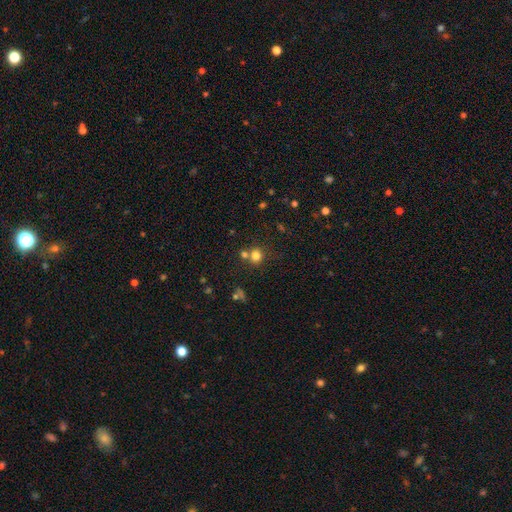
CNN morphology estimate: A smooth galaxy with no disk features (76%) that is round (87%).

Vote fractions:
- Smooth or featured? smooth: 76% / star or artifact: 16% / featured or disk: 8%
- How rounded? round: 87% / in between: 12% / cigar-shaped: 1%
- Merging? none: 60% / merger: 26% / minor disturbance: 9% / major disturbance: 4%